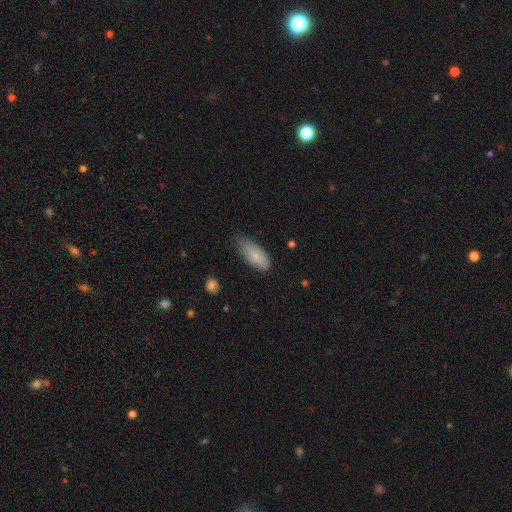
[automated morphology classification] The model was most divided on "merging": none: 57%, minor disturbance: 36%, major disturbance: 6%, merger: 1%. More confident: how rounded — in between (83%); smooth or featured — smooth (82%).